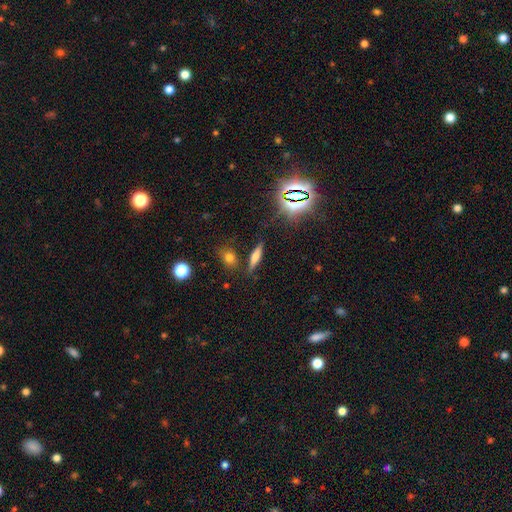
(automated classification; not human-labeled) smooth 55%, featured or disk 30%, star or artifact 16%. Down the decision tree: how rounded — cigar-shaped (68%); merging — none (81%).